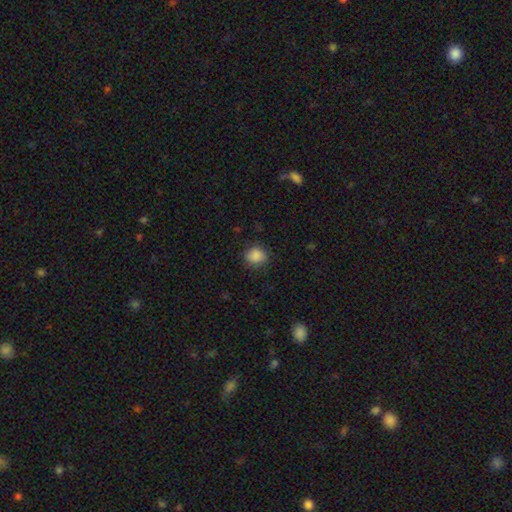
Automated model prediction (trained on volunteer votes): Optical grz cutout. It shows a smooth galaxy with no disk features (88%) that is round (78%). Merging: none (84%).